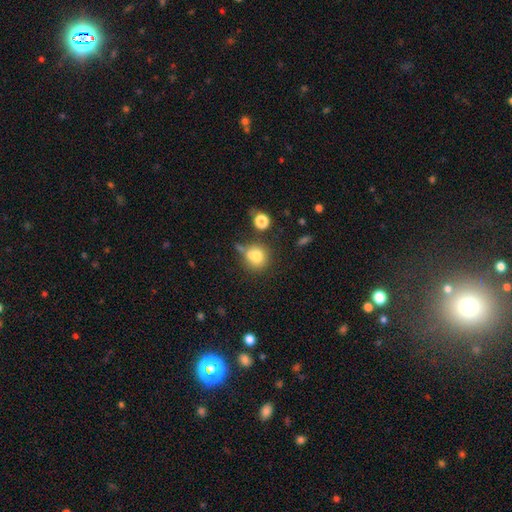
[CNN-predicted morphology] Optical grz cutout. It shows a smooth galaxy with no disk features (76%) that is round (83%). Merging: none (53%).